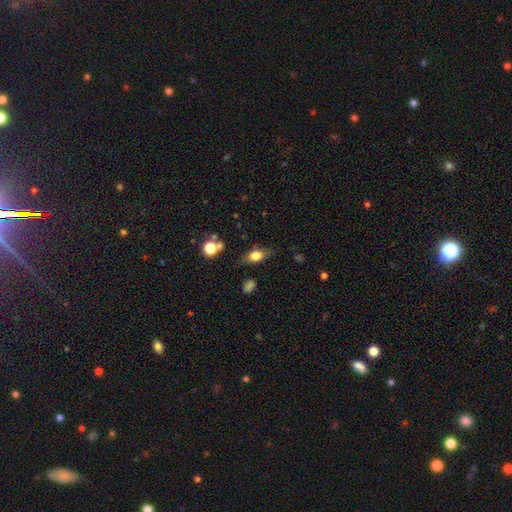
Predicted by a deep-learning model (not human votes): A smooth galaxy with no disk features (73%) that is in between round and cigar-shaped (77%).

Vote fractions:
- Smooth or featured? smooth: 73% / featured or disk: 17% / star or artifact: 10%
- How rounded? in between: 77% / round: 13% / cigar-shaped: 10%
- Merging? none: 74% / minor disturbance: 18% / major disturbance: 5% / merger: 3%